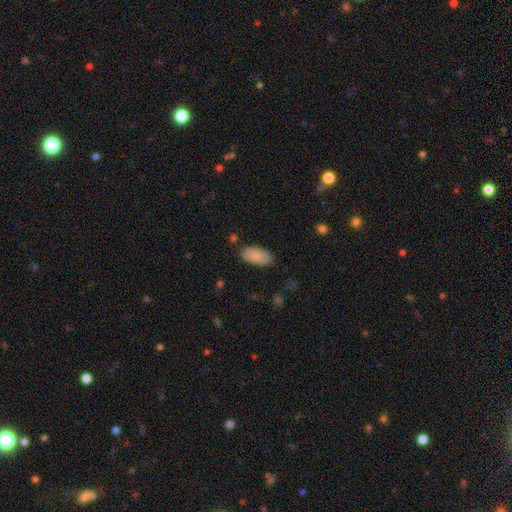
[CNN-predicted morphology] A smooth galaxy with no disk features (86%) that is in between round and cigar-shaped (94%). Merging: none (79%).